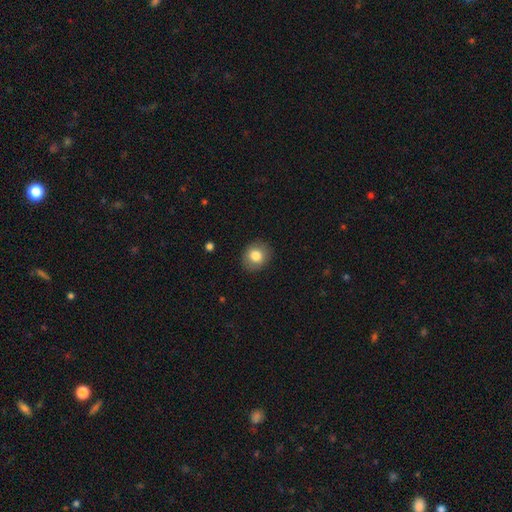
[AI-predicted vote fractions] smooth 82%, featured or disk 9%, star or artifact 9%. Down the decision tree: how rounded — round (75%); merging — none (89%).